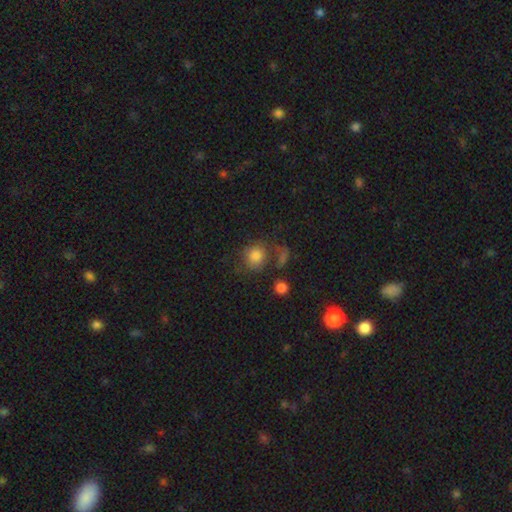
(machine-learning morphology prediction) A smooth galaxy with no disk features (79%) that is round (80%). Merging: none (58%).